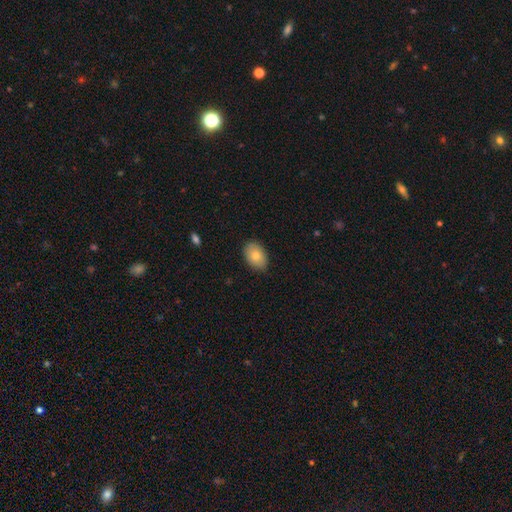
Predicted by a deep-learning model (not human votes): Morphology: type=smooth (80%); roundness=in between (87%); merging=none (88%).